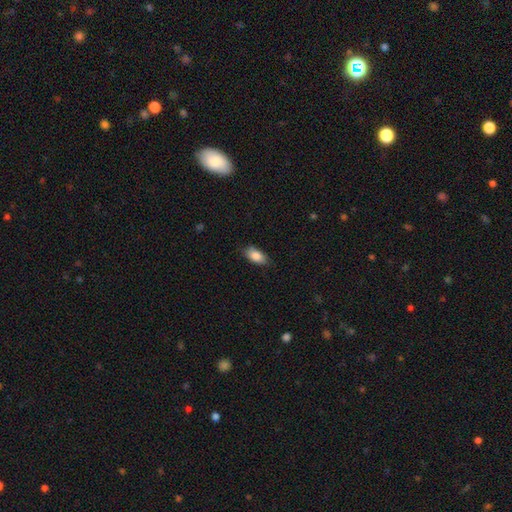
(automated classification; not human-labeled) Morphology: type=smooth (86%); roundness=in between (90%); merging=none (81%).